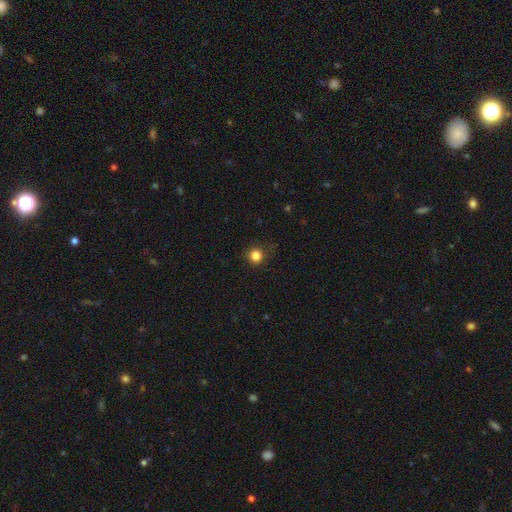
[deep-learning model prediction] Smooth or featured: smooth — 84% (star or artifact — 12%)
How rounded: round — 93% (in between — 6%)
Merging: none — 87% (minor disturbance — 9%)